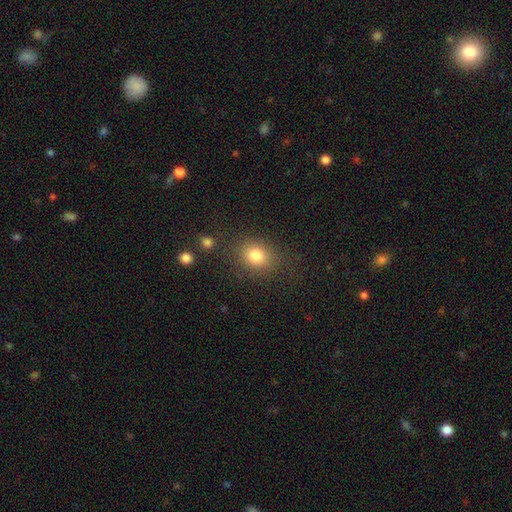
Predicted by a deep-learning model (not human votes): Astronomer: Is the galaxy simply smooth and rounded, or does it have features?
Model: smooth — 81%.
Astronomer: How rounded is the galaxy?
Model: round — 56% (runner-up: in between, 43%).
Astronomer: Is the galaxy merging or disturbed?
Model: none — 80%.